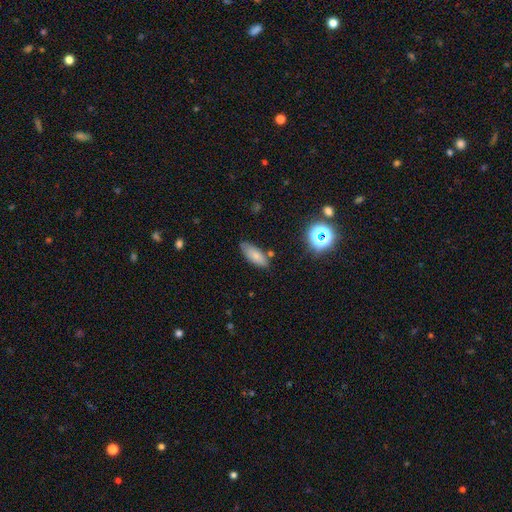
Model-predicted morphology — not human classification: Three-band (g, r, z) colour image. It shows a smooth galaxy with no disk features (76%) that is in between round and cigar-shaped (77%). Merging: none (75%).